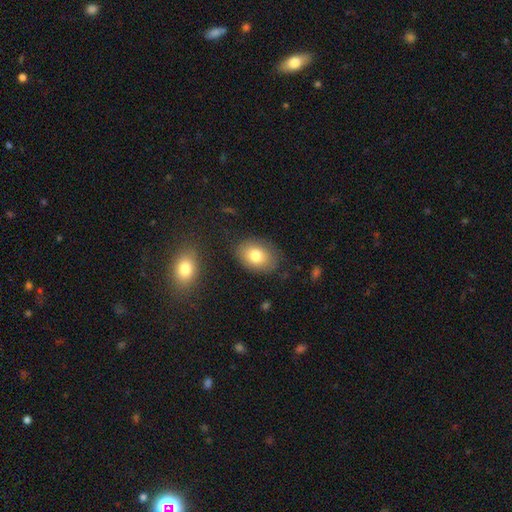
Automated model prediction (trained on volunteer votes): Smooth or featured? smooth (78%)
How rounded? in between (75%)
Merging? none (79%)